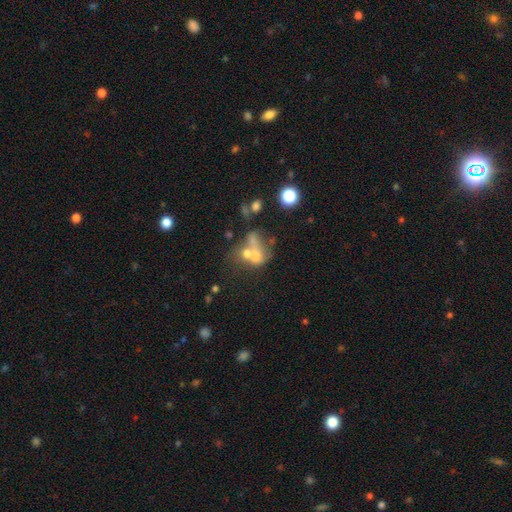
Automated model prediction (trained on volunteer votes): This is possibly a smooth galaxy (54%). How rounded: possibly in between (51%). Merging: likely merger (61%).